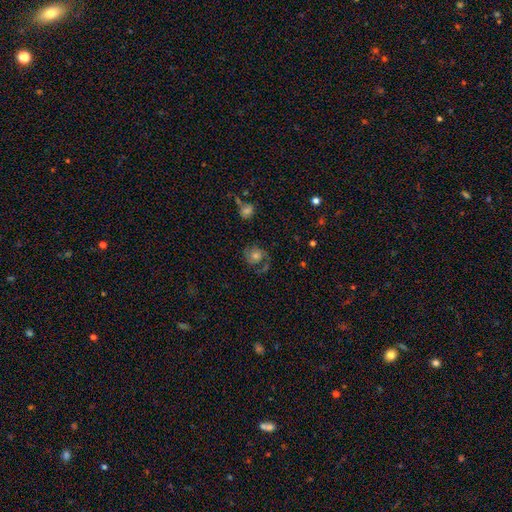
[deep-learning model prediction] Overall: featured or disk (64%; smooth 24%). Edge-on disk: no (98%). Bar: no (76%). Spiral arms: yes (90%). Spiral arm count: 2 (54%; 1 31%). Spiral winding: medium (44%; tight 35%). Bulge size: moderate (56%; small 20%). Merging: none (62%).